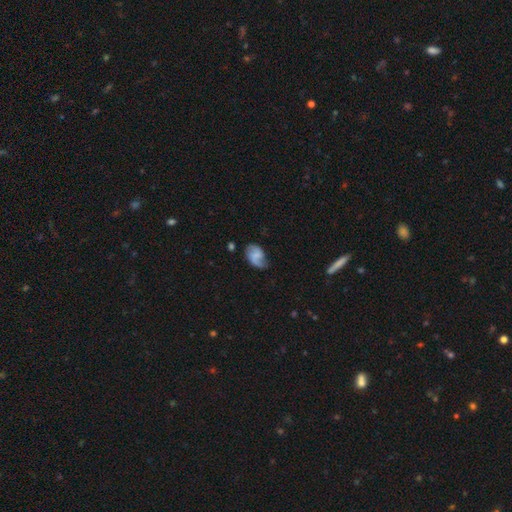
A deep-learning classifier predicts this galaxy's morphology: type=featured or disk (59%); edge-on=no (97%); bar=no (44%); spiral arms=yes (90%); winding=loose (46%); arm count=2 (76%); bulge=none (53%); merging=none (58%).